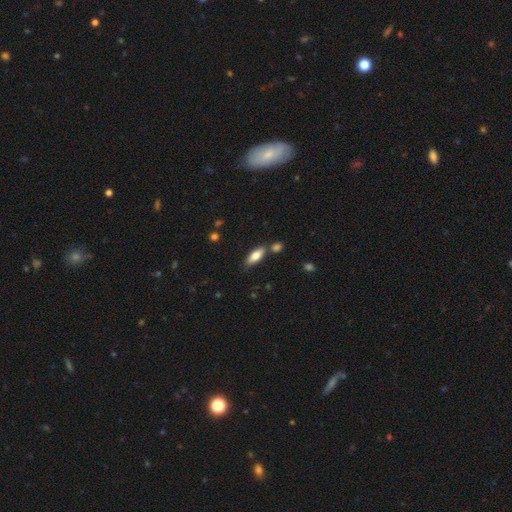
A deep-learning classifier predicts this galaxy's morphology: Smooth or featured: smooth — 76% (featured or disk — 17%)
How rounded: in between — 72% (cigar-shaped — 26%)
Merging: none — 68% (merger — 14%)